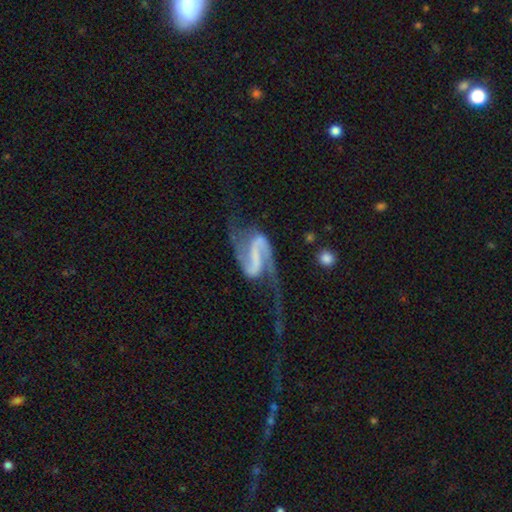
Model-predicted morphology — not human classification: This appears to be a featured or disk galaxy (90%) with a strong bar (57%), 2 (92%) loose (64%) spiral arms (96%) and no central bulge (64%). Merging: none (49%).